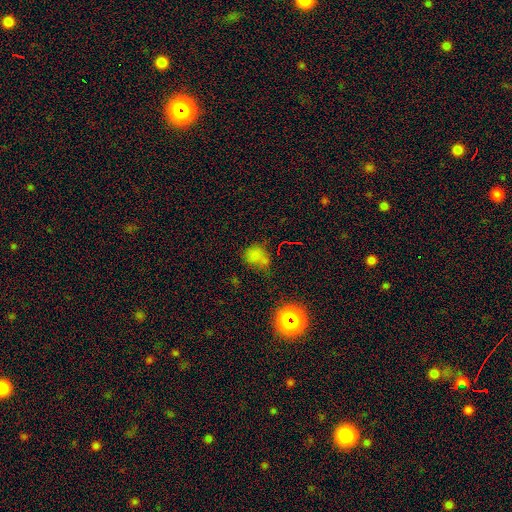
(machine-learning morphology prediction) Smooth or featured?
  - smooth: 62% *
  - star or artifact: 29%
  - featured or disk: 10%
How rounded?
  - round: 62% *
  - in between: 36%
  - cigar-shaped: 2%
Merging?
  - none: 48% *
  - minor disturbance: 20%
  - merger: 18%
  - major disturbance: 14%